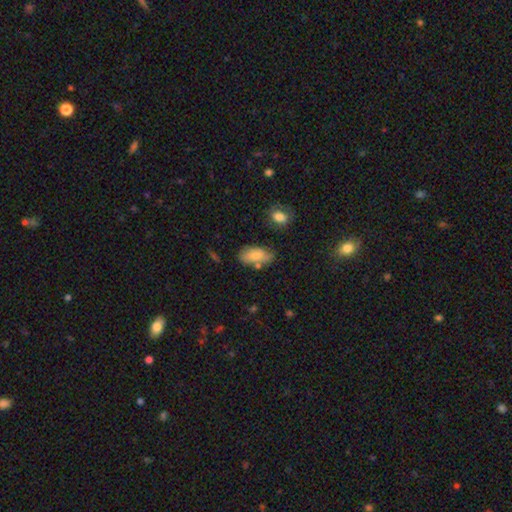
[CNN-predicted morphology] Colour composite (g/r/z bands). It shows a smooth galaxy with no disk features (80%) that is in between round and cigar-shaped (90%). Merging: none (56%).